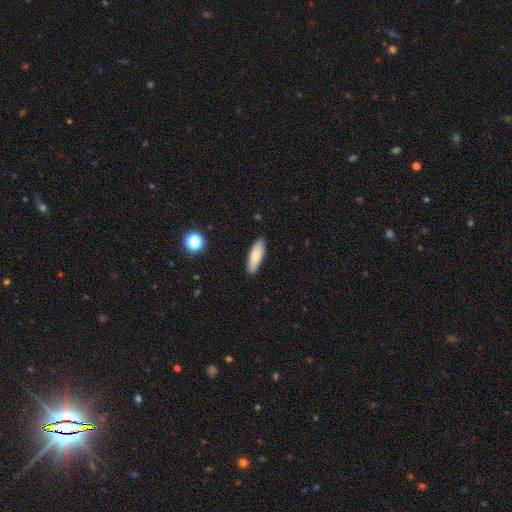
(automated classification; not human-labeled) A smooth galaxy with no disk features (79%) that is in between round and cigar-shaped (50%).

Vote fractions:
- Smooth or featured? smooth: 79% / featured or disk: 14% / star or artifact: 7%
- How rounded? in between: 50% / cigar-shaped: 48% / round: 2%
- Merging? none: 88% / minor disturbance: 9% / major disturbance: 2% / merger: 1%